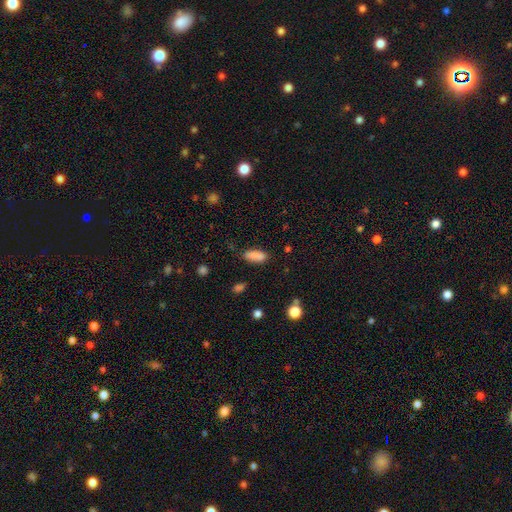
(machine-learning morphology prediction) smooth 87%, star or artifact 9%, featured or disk 5%. Down the decision tree: how rounded — in between (81%); merging — none (78%).